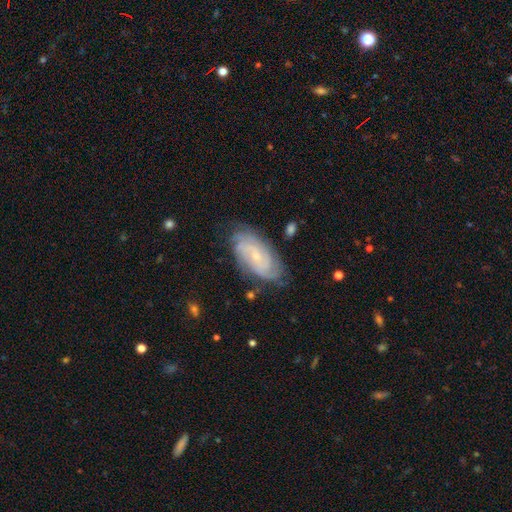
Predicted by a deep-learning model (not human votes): Q: Smooth or featured?
A: featured or disk (78%); runner-up: smooth (15%)
Q: Edge-on disk?
A: no (95%); runner-up: yes (5%)
Q: Bar?
A: no (65%); runner-up: weak (29%)
Q: Spiral arms?
A: yes (95%); runner-up: no (5%)
Q: Spiral winding?
A: tight (66%); runner-up: medium (27%)
Q: Spiral arm count?
A: can't tell (34%); runner-up: 2 (22%)
Q: Bulge size?
A: small (78%); runner-up: moderate (17%)
Q: Merging?
A: none (77%); runner-up: minor disturbance (17%)